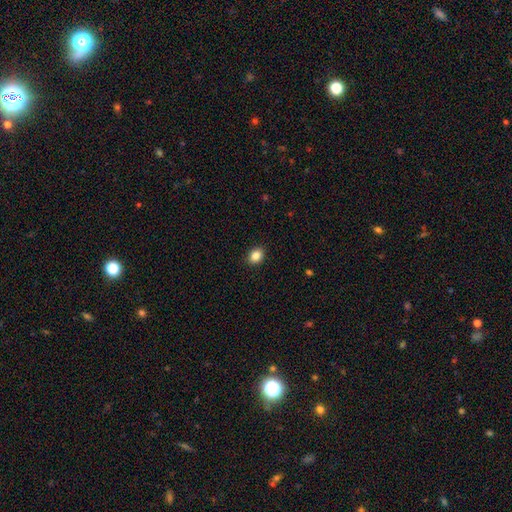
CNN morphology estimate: Smooth or featured? smooth (85%)
How rounded? in between (50%)
Merging? none (90%)